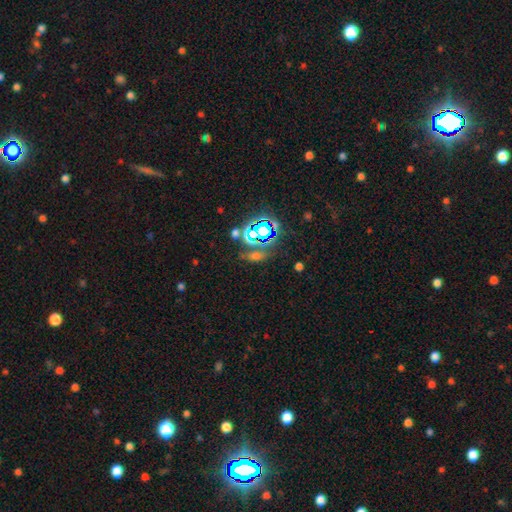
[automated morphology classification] A star or artifact, not a galaxy (55%).